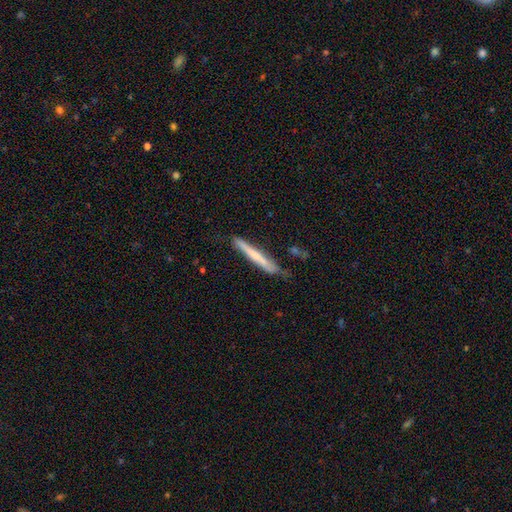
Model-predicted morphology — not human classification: Smooth or featured: smooth — 56% (featured or disk — 38%)
How rounded: cigar-shaped — 96% (in between — 3%)
Merging: none — 74% (minor disturbance — 20%)